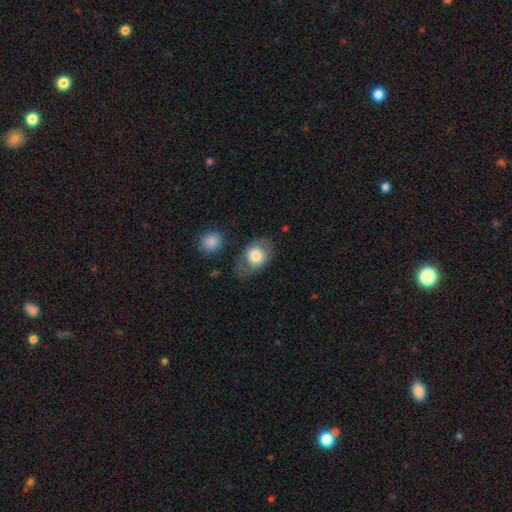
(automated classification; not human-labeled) Smooth or featured? Predicted: smooth (p=0.73). How rounded? Predicted: in between (p=0.64). Merging? Predicted: none (p=0.63).